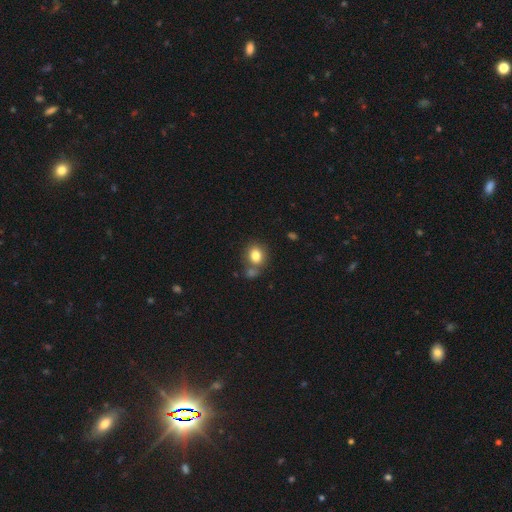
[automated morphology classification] smooth 81%, star or artifact 10%, featured or disk 9%. Down the decision tree: how rounded — round (63%); merging — none (61%).